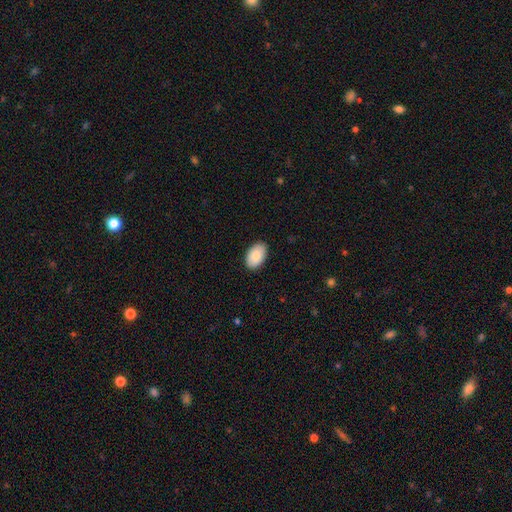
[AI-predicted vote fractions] Morphology: type=smooth (85%); roundness=in between (94%); merging=none (88%).